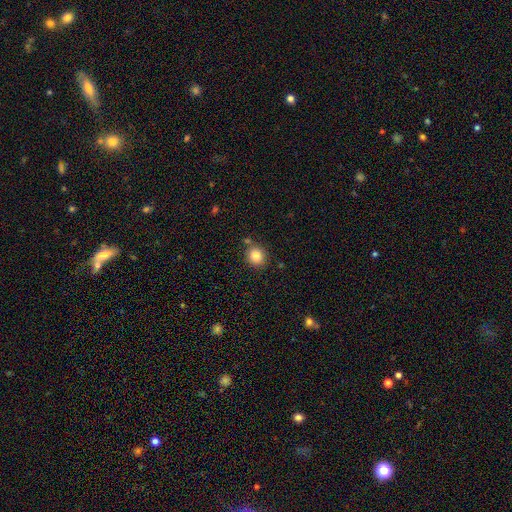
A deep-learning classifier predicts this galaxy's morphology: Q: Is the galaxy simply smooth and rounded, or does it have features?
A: smooth — 84%.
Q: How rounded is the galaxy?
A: round — 82%.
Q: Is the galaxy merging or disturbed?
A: none — 79%.